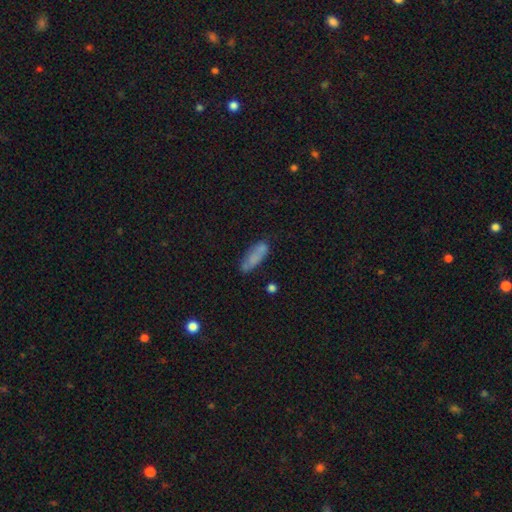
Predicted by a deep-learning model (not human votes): Smooth or featured? smooth (74%)
How rounded? in between (55%)
Merging? none (64%)